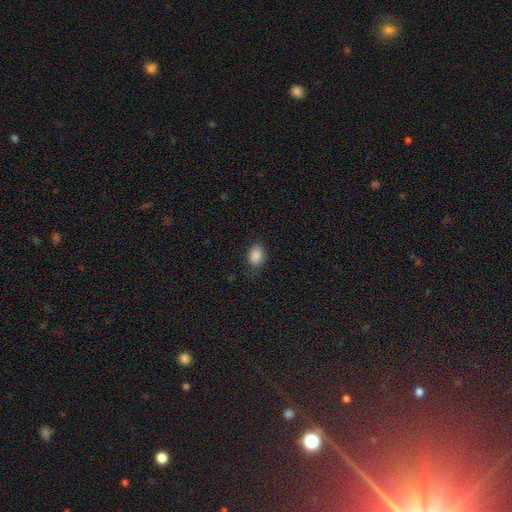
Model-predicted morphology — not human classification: A smooth galaxy with no disk features (88%) that is in between round and cigar-shaped (80%).

Vote fractions:
- Smooth or featured? smooth: 88% / star or artifact: 9% / featured or disk: 4%
- How rounded? in between: 80% / round: 19% / cigar-shaped: 1%
- Merging? none: 80% / minor disturbance: 15% / major disturbance: 4% / merger: 1%